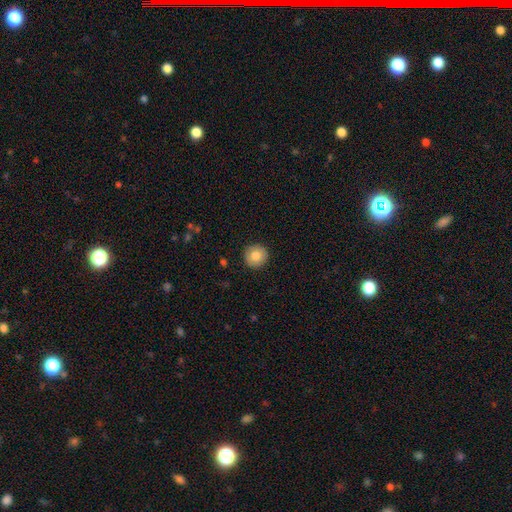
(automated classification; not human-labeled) A smooth galaxy with no disk features (80%) that is round (95%).

Vote fractions:
- Smooth or featured? smooth: 80% / featured or disk: 12% / star or artifact: 8%
- How rounded? round: 95% / in between: 4% / cigar-shaped: 1%
- Merging? none: 92% / minor disturbance: 6% / major disturbance: 2% / merger: 1%